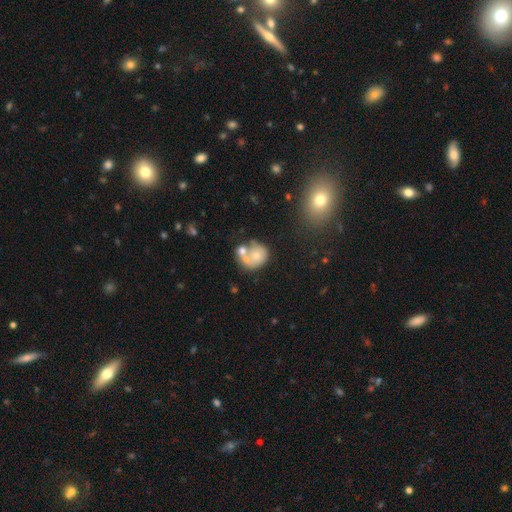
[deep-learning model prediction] smooth_or_featured: smooth (p=0.55) [alt: featured or disk p=0.35]
how_rounded: round (p=0.64) [alt: in between p=0.35]
merging: merger (p=0.47) [alt: none p=0.27]